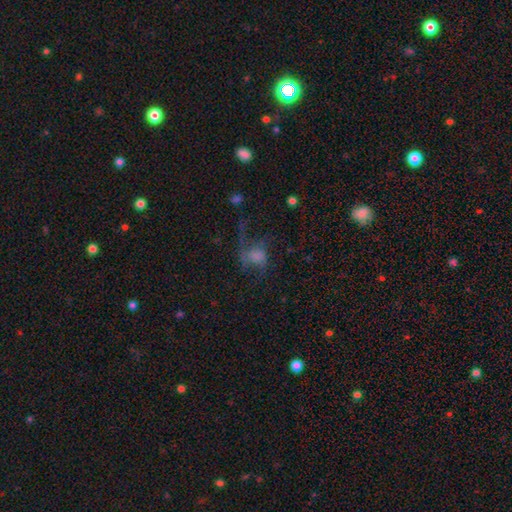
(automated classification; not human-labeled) Smooth or featured? Predicted: smooth (p=0.43). Merging? Predicted: major disturbance (p=0.49).